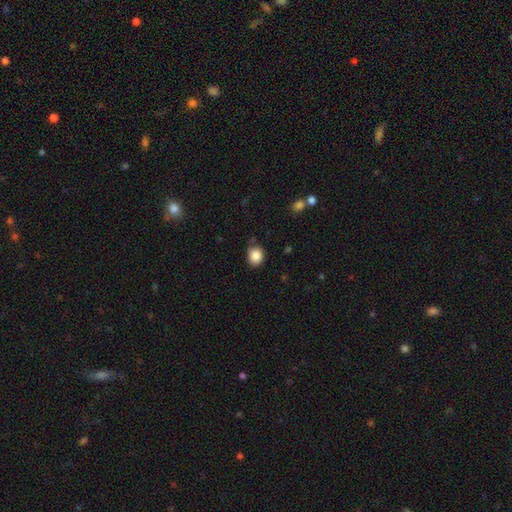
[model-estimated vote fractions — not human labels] This appears to be a smooth galaxy with no disk features (86%) that is round (65%). Merging: none (76%).